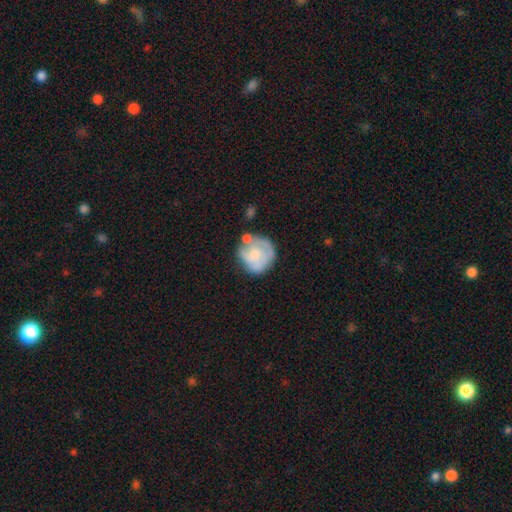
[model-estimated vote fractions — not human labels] Q: Smooth or featured?
A: smooth (52%); runner-up: featured or disk (41%)
Q: How rounded?
A: round (84%); runner-up: in between (15%)
Q: Merging?
A: none (48%); runner-up: minor disturbance (25%)